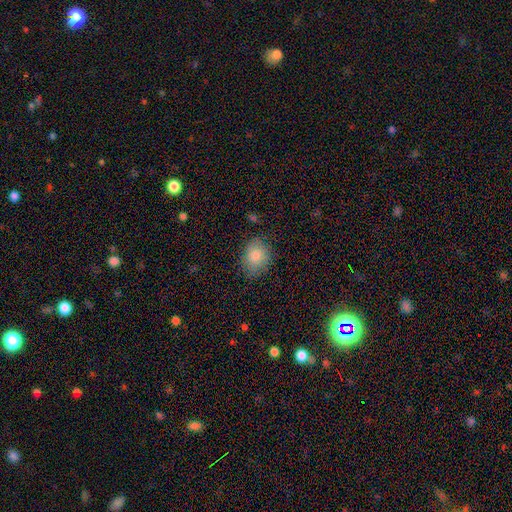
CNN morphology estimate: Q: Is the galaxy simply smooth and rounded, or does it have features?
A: smooth — 85%.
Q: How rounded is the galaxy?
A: in between — 59%.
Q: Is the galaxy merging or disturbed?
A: none — 78%.